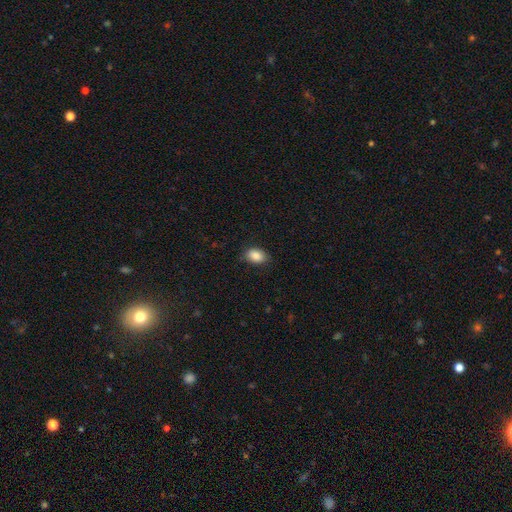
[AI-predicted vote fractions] Morphology: type=smooth (87%); roundness=in between (80%); merging=none (81%).